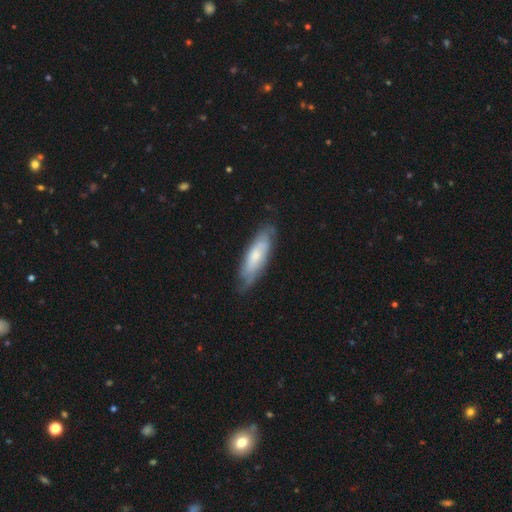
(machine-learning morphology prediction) Smooth or featured? Predicted: featured or disk (p=0.51). Edge-on disk? Predicted: no (p=0.68). Merging? Predicted: none (p=0.71).